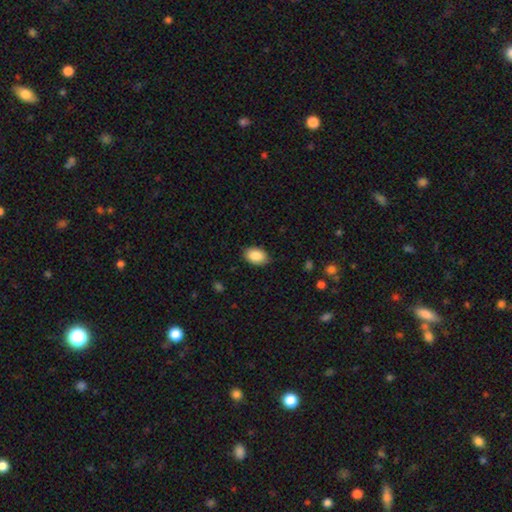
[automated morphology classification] A smooth galaxy with no disk features (88%) that is in between round and cigar-shaped (86%).

Vote fractions:
- Smooth or featured? smooth: 88% / star or artifact: 7% / featured or disk: 5%
- How rounded? in between: 86% / round: 13% / cigar-shaped: 1%
- Merging? none: 84% / minor disturbance: 12% / major disturbance: 2% / merger: 1%